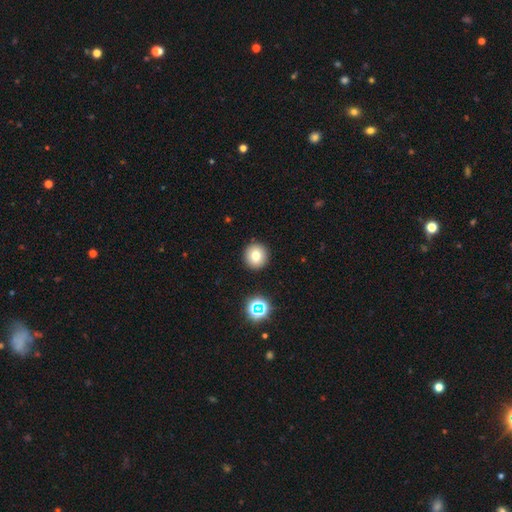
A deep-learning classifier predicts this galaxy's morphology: The model was most divided on "smooth or featured": smooth: 76%, star or artifact: 14%, featured or disk: 10%. More confident: how rounded — round (95%); merging — none (91%).